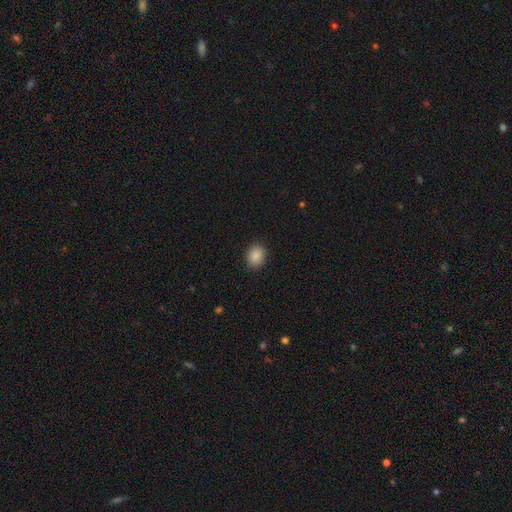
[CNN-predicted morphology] type=smooth (87%); roundness=round (58%); merging=none (89%).